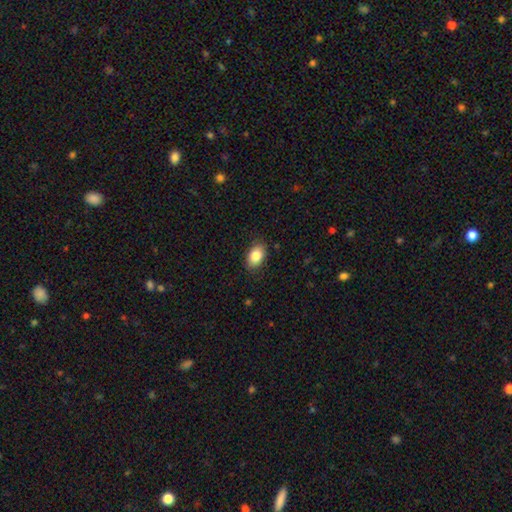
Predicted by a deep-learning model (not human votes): A smooth galaxy with no disk features (85%) that is in between round and cigar-shaped (89%). Merging: none (86%).